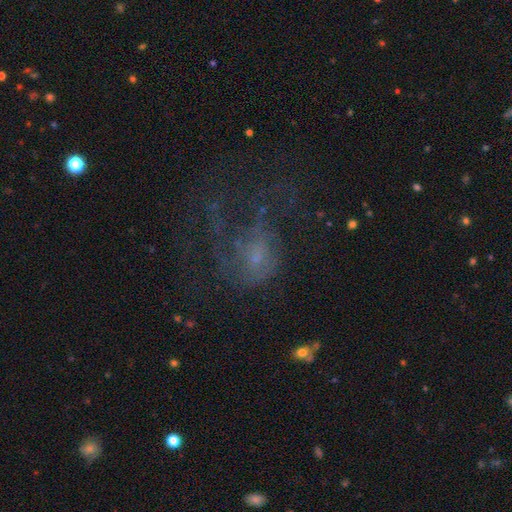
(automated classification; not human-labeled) A featured or disk galaxy (50%). Merging: major disturbance (46%).